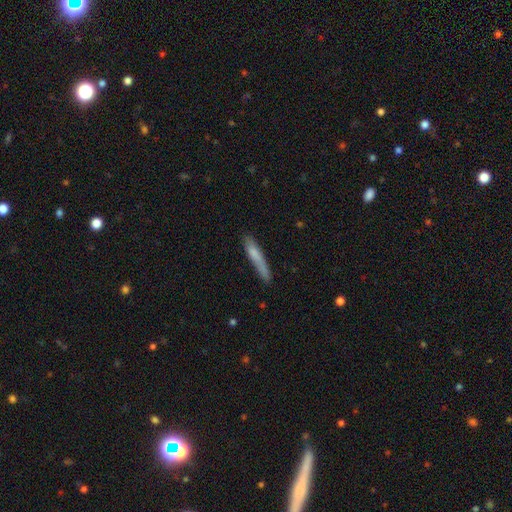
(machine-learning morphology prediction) Smooth or featured: smooth — 71% (featured or disk — 22%)
How rounded: cigar-shaped — 93% (in between — 6%)
Merging: none — 70% (minor disturbance — 22%)